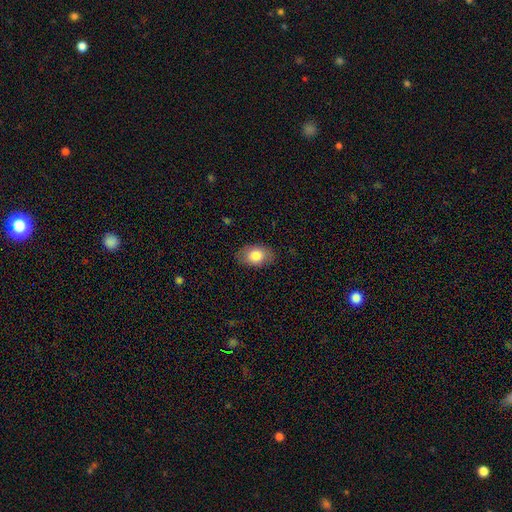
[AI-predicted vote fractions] The model was most divided on "smooth or featured": smooth: 81%, featured or disk: 12%, star or artifact: 7%. More confident: how rounded — in between (86%); merging — none (82%).